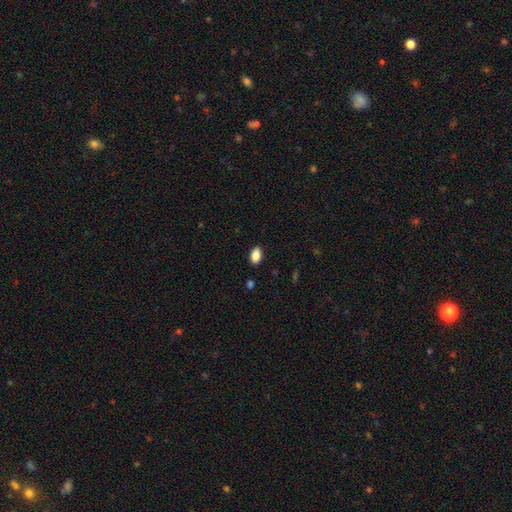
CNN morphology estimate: A smooth galaxy with no disk features (87%) that is in between round and cigar-shaped (91%).

Vote fractions:
- Smooth or featured? smooth: 87% / star or artifact: 8% / featured or disk: 5%
- How rounded? in between: 91% / round: 7% / cigar-shaped: 2%
- Merging? none: 89% / minor disturbance: 9% / major disturbance: 2% / merger: 1%